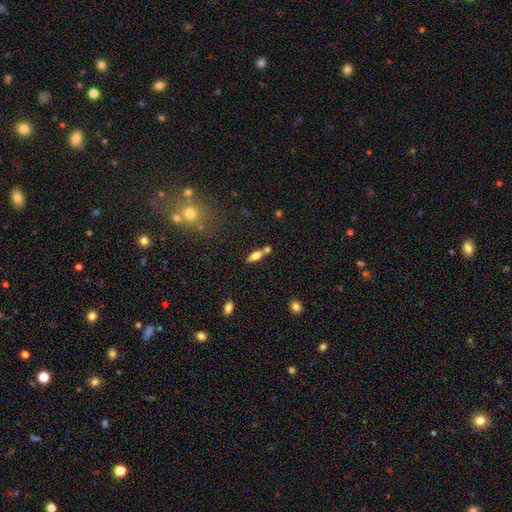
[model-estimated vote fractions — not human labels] Smooth or featured? Predicted: smooth (p=0.67). How rounded? Predicted: in between (p=0.66). Merging? Predicted: none (p=0.52).